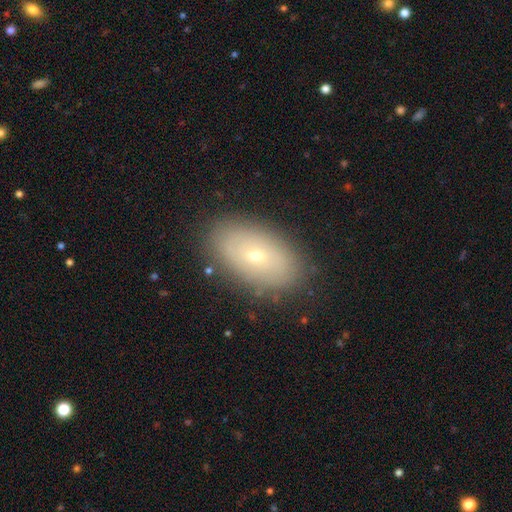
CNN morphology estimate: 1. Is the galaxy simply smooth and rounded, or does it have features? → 57% smooth, 32% featured or disk, 11% star or artifact.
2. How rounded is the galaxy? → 89% in between, 8% round, 2% cigar-shaped.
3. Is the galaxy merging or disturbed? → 85% none, 10% minor disturbance, 3% major disturbance, 1% merger.